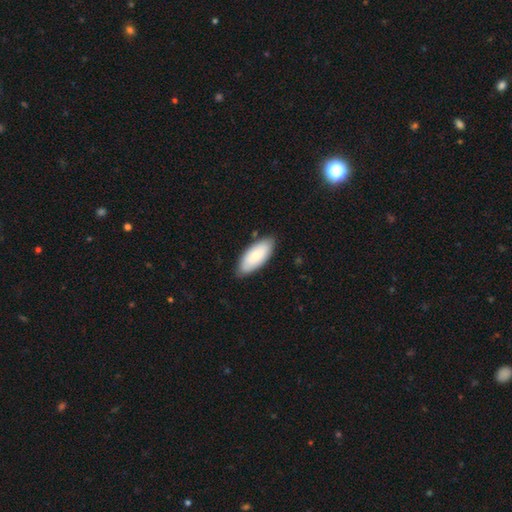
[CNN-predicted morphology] Smooth or featured: smooth — 81% (featured or disk — 14%)
How rounded: in between — 88% (cigar-shaped — 10%)
Merging: none — 83% (minor disturbance — 14%)